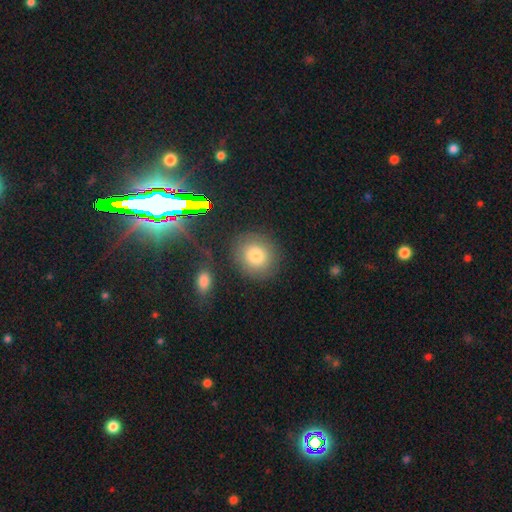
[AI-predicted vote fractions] The model was most divided on "smooth or featured": smooth: 78%, star or artifact: 12%, featured or disk: 11%. More confident: how rounded — round (84%); merging — none (82%).